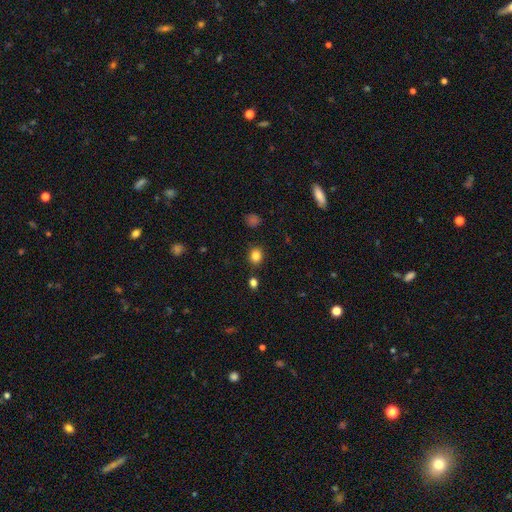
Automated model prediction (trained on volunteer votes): smooth-or-featured: smooth: 83% | star or artifact: 12% | featured or disk: 5%
  how-rounded: round: 66% | in between: 33% | cigar-shaped: 1%
  merging: none: 86% | minor disturbance: 9% | merger: 3% | major disturbance: 3%